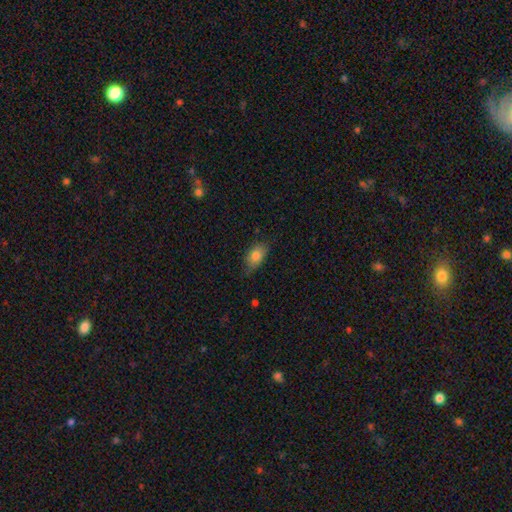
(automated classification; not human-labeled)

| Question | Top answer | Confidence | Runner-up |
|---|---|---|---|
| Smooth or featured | smooth | 79% | featured or disk (13%) |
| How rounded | in between | 87% | round (10%) |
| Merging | none | 67% | minor disturbance (27%) |